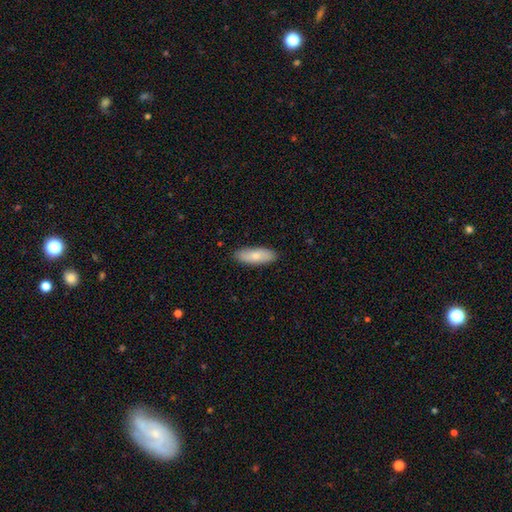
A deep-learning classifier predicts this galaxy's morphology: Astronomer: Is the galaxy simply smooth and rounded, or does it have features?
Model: smooth — 80%.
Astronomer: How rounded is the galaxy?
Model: in between — 66%.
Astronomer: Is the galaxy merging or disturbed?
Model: none — 88%.